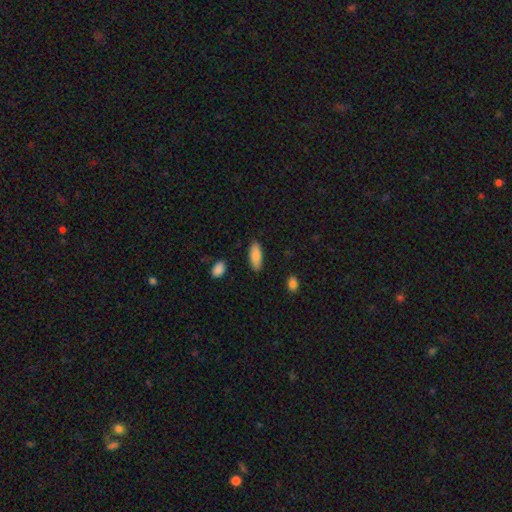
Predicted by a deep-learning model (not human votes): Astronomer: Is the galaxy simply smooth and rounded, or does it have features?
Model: smooth — 83%.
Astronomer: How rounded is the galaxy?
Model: in between — 76%.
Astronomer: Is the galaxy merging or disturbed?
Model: none — 86%.